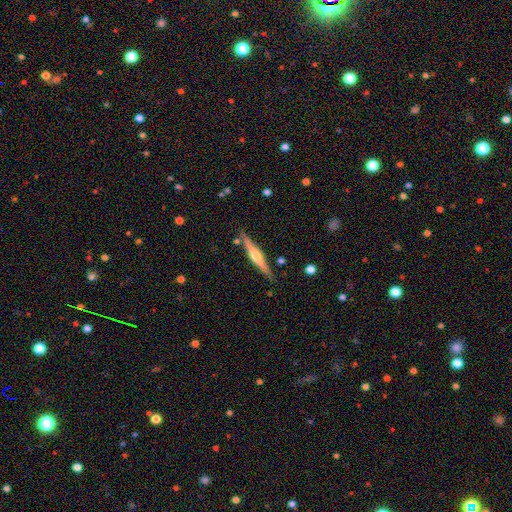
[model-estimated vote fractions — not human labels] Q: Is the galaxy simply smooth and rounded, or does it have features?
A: featured or disk — 71%.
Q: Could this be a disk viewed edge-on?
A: yes — 98%.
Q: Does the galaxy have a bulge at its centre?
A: rounded — 87%.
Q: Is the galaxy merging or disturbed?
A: none — 87%.